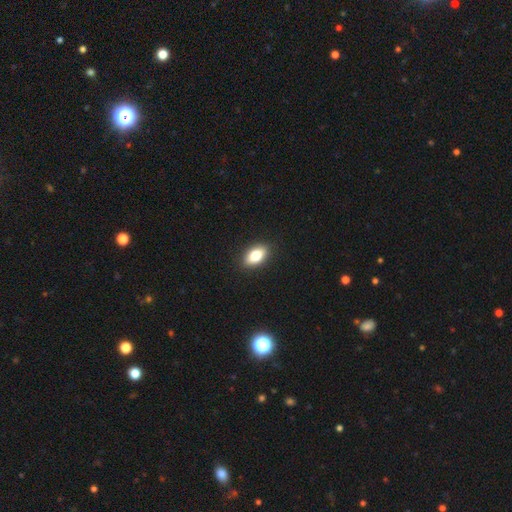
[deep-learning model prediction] Smooth or featured? Predicted: smooth (p=0.76). How rounded? Predicted: in between (p=0.87). Merging? Predicted: none (p=0.90).